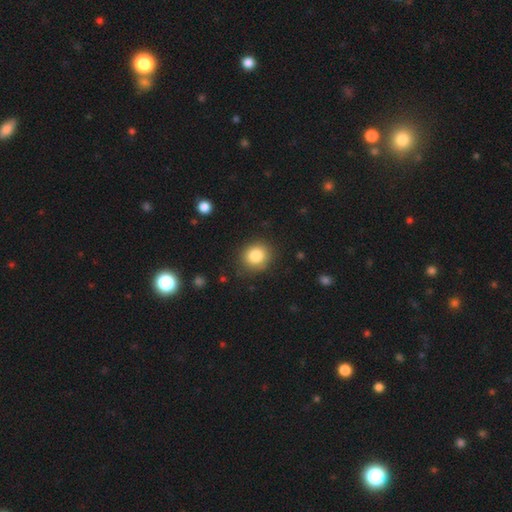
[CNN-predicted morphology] Smooth or featured?
  - smooth: 83% *
  - star or artifact: 10%
  - featured or disk: 6%
How rounded?
  - round: 82% *
  - in between: 17%
  - cigar-shaped: 1%
Merging?
  - none: 86% *
  - minor disturbance: 10%
  - major disturbance: 3%
  - merger: 1%